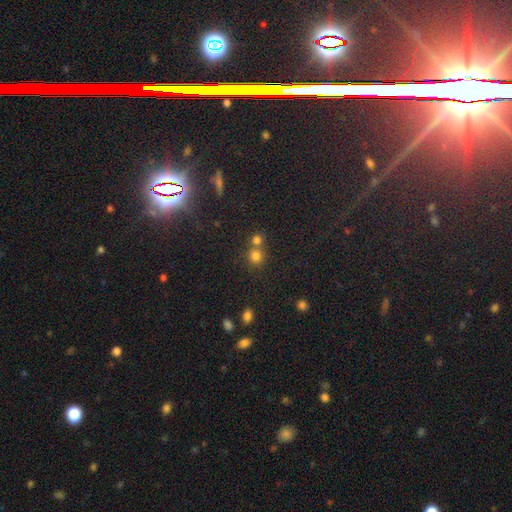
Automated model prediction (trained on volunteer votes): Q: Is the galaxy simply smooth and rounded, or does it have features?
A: smooth — 76%.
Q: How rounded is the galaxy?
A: round — 88%.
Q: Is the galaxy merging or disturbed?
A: none — 54%.